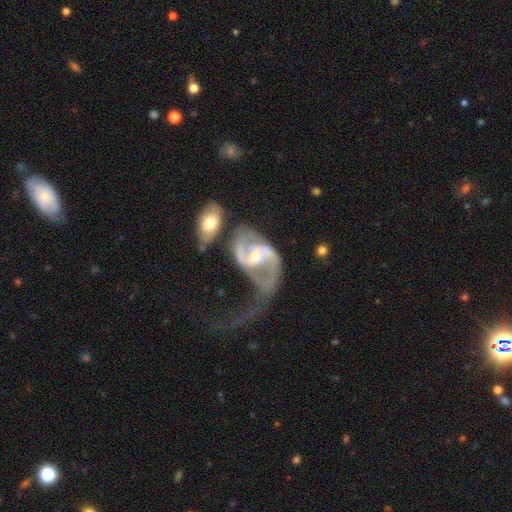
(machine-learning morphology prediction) smooth_or_featured: featured or disk (p=0.88) [alt: smooth p=0.07]
disk_edge_on: no (p=0.97) [alt: yes p=0.03]
bar: weak (p=0.47) [alt: strong p=0.29]
has_spiral_arms: yes (p=0.93) [alt: no p=0.07]
spiral_winding: loose (p=0.46) [alt: medium p=0.40]
spiral_arm_count: 2 (p=0.83) [alt: can't tell p=0.06]
bulge_size: moderate (p=0.51) [alt: small p=0.42]
merging: major disturbance (p=0.45) [alt: none p=0.21]